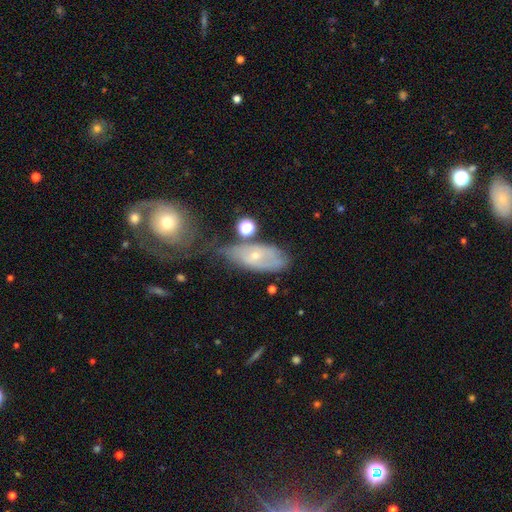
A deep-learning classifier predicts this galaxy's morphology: Smooth or featured?
  - featured or disk: 55% *
  - smooth: 36%
  - star or artifact: 9%
Edge-on disk?
  - no: 88% *
  - yes: 12%
Merging?
  - none: 45% *
  - minor disturbance: 29%
  - major disturbance: 14%
  - merger: 12%